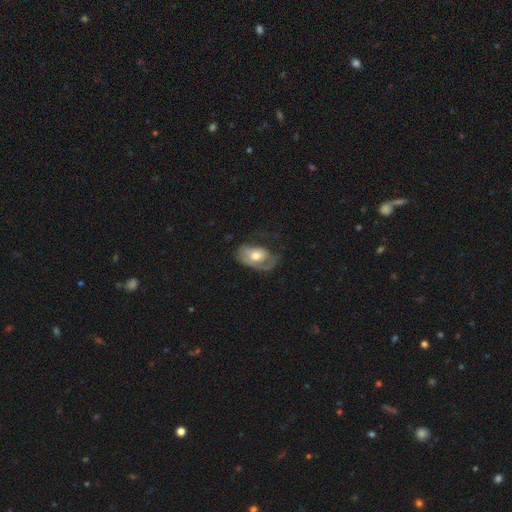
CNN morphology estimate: A featured or disk galaxy (51%).

Vote fractions:
- Smooth or featured? featured or disk: 51% / smooth: 42% / star or artifact: 6%
- Edge-on disk? no: 93% / yes: 7%
- Merging? major disturbance: 37% / none: 35% / minor disturbance: 26% / merger: 2%